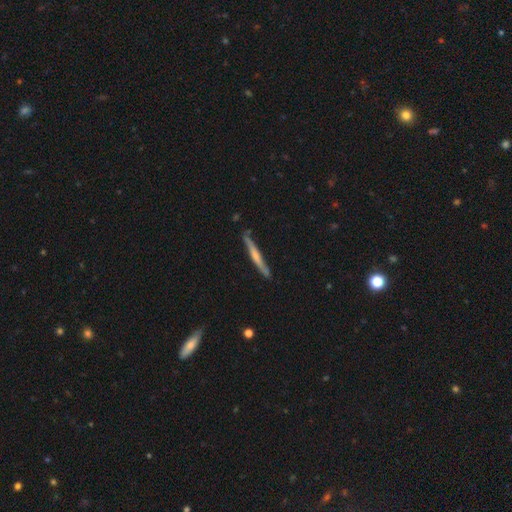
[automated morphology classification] type=featured or disk (50%); edge-on=yes (96%); merging=none (84%).